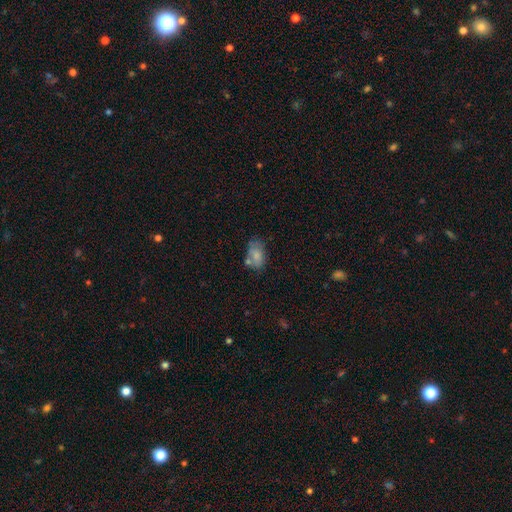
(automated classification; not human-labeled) This is likely a smooth galaxy (72%). How rounded: clearly in between (87%). Merging: possibly none (48%).